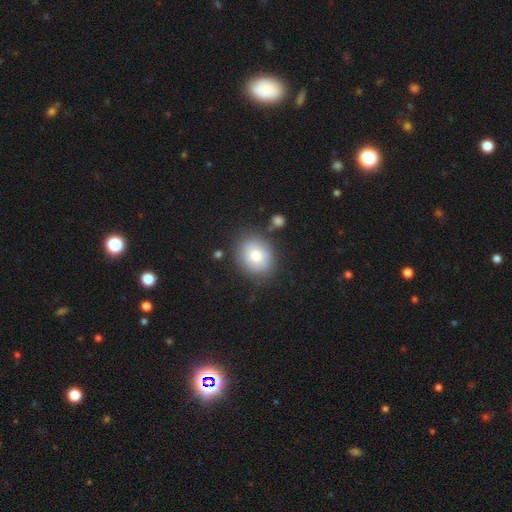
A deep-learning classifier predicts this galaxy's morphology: A smooth galaxy with no disk features (75%) that is round (55%). Merging: none (79%).